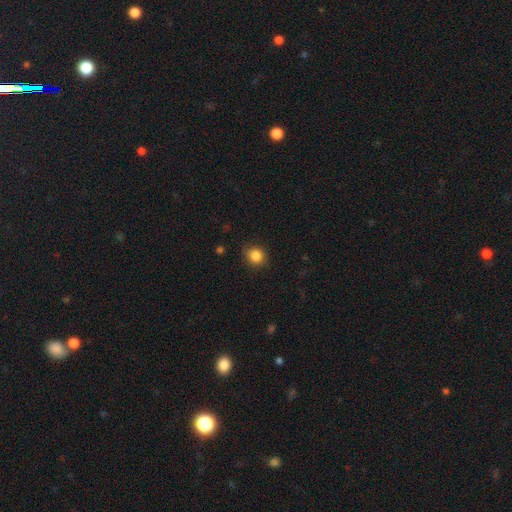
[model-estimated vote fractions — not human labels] smooth_or_featured: smooth (p=0.85) [alt: star or artifact p=0.11]
how_rounded: round (p=0.84) [alt: in between p=0.15]
merging: none (p=0.84) [alt: minor disturbance p=0.12]